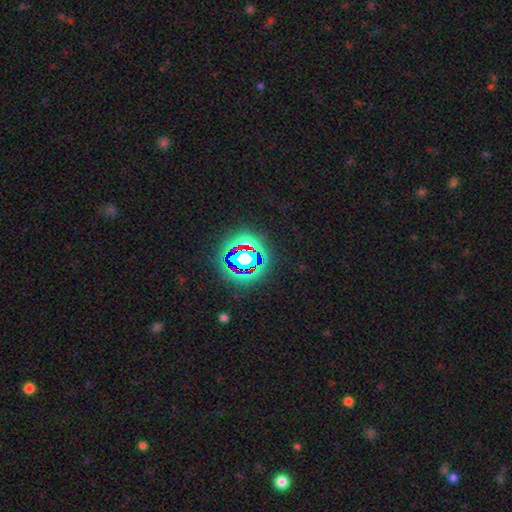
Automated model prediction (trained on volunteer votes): The model was most divided on "smooth or featured": star or artifact: 75%, smooth: 15%, featured or disk: 10%.